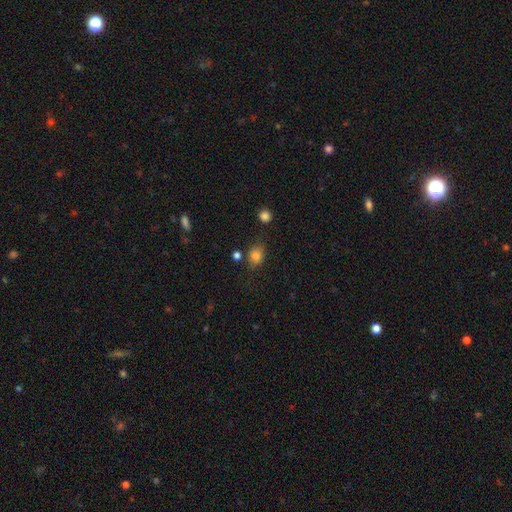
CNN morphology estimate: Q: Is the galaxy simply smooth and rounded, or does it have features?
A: smooth — 83%.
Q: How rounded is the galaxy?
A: in between — 51%.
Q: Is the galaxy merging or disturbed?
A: none — 69%.